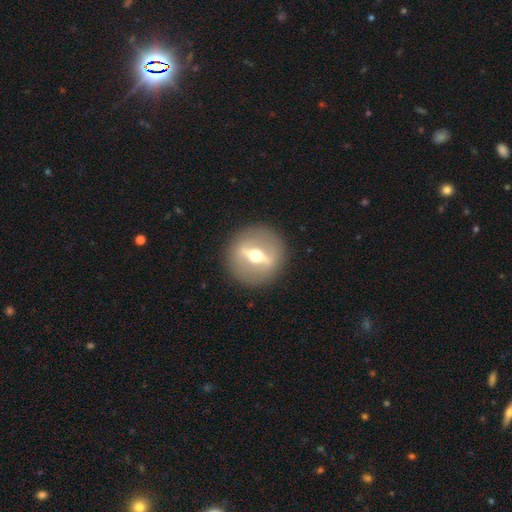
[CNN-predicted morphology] Q: Smooth or featured?
A: featured or disk (78%); runner-up: smooth (16%)
Q: Edge-on disk?
A: yes (54%); runner-up: no (46%)
Q: Merging?
A: none (90%); runner-up: minor disturbance (6%)